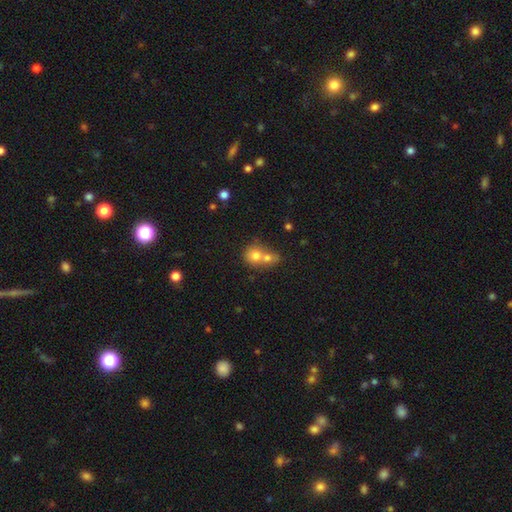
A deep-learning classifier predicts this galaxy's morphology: This appears to be a smooth galaxy with no disk features (74%) that is round (76%). Merging: merger (67%).